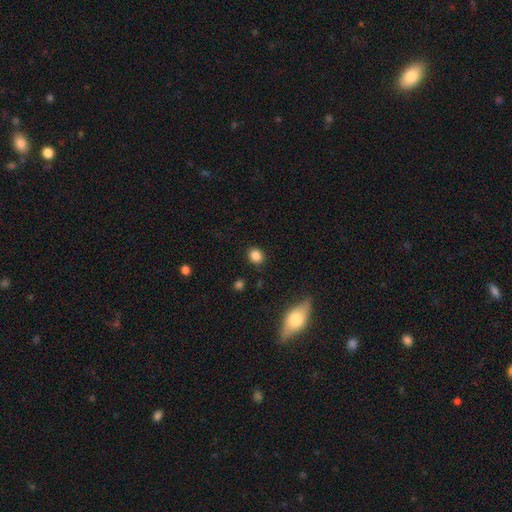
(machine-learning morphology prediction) Smooth or featured?
  - smooth: 85% *
  - star or artifact: 11%
  - featured or disk: 4%
How rounded?
  - round: 71% *
  - in between: 28%
  - cigar-shaped: 1%
Merging?
  - none: 89% *
  - minor disturbance: 8%
  - major disturbance: 2%
  - merger: 2%